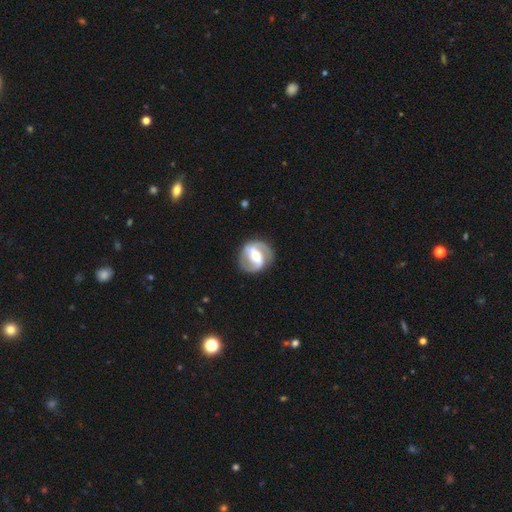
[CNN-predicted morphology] The model was most divided on "spiral winding": medium: 46%, tight: 34%, loose: 20%. More confident: edge-on disk — no (97%); spiral arm count — 2 (87%); spiral arms — yes (86%); smooth or featured — featured or disk (83%); merging — none (80%); bar — strong (61%); bulge size — moderate (59%).